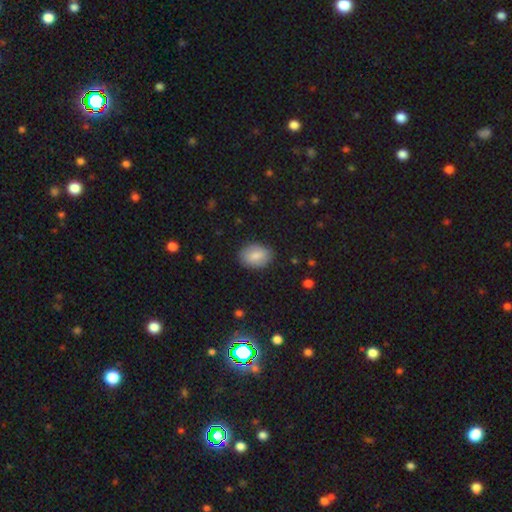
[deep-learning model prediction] Smooth or featured?
  - smooth: 83% *
  - featured or disk: 10%
  - star or artifact: 7%
How rounded?
  - in between: 78% *
  - round: 21%
  - cigar-shaped: 1%
Merging?
  - none: 85% *
  - minor disturbance: 11%
  - major disturbance: 3%
  - merger: 1%